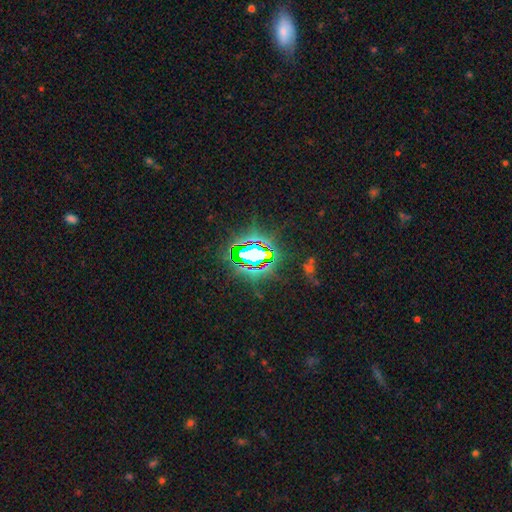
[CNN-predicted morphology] smooth-or-featured: star or artifact: 77% | featured or disk: 12% | smooth: 11%